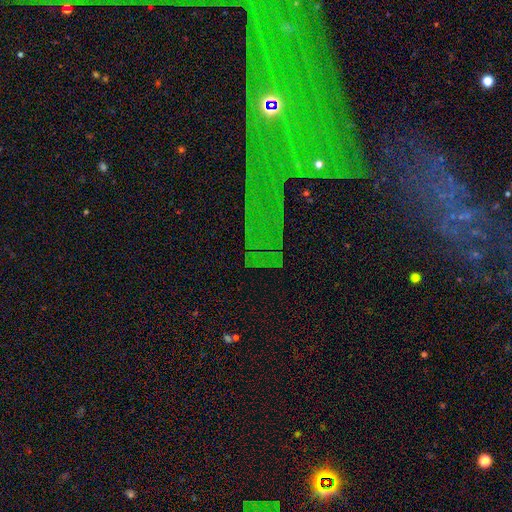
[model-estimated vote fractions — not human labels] Smooth or featured? Predicted: star or artifact (p=0.66).